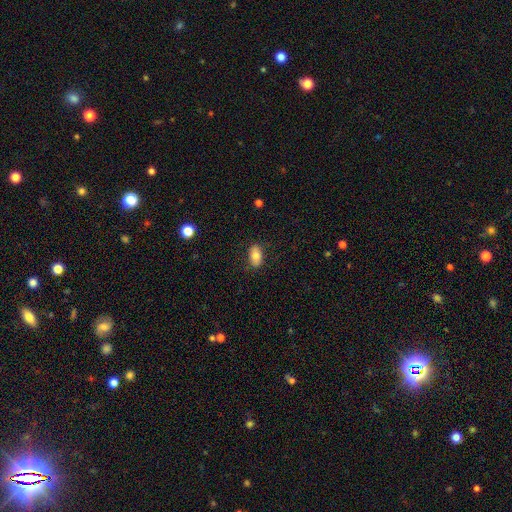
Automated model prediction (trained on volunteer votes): Smooth or featured?
  - smooth: 78% *
  - featured or disk: 15%
  - star or artifact: 8%
How rounded?
  - in between: 91% *
  - round: 7%
  - cigar-shaped: 3%
Merging?
  - none: 85% *
  - minor disturbance: 11%
  - major disturbance: 2%
  - merger: 1%